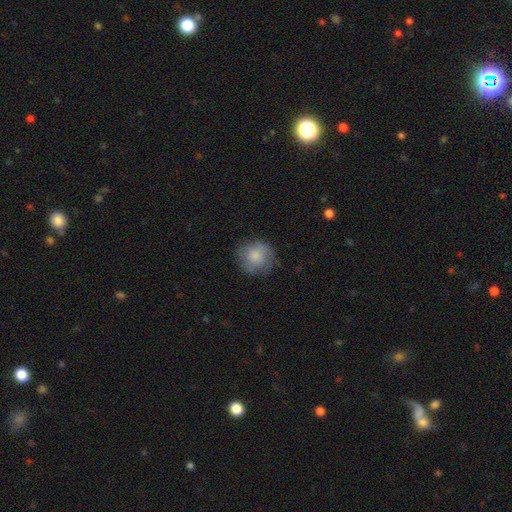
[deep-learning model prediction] This is likely a smooth galaxy (75%). How rounded: clearly round (88%). Merging: likely none (71%).